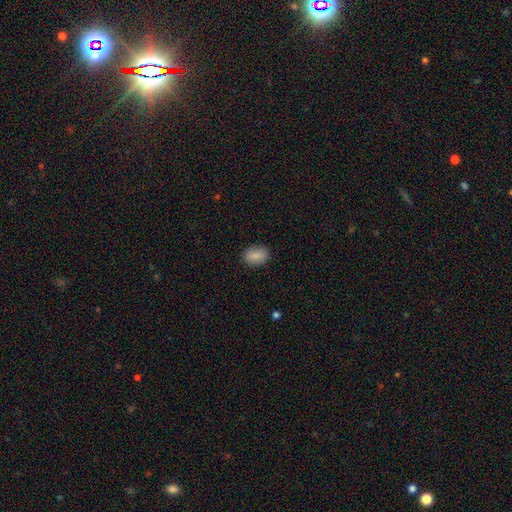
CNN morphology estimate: Overall: smooth (85%). How rounded: in between (78%). Merging: none (88%).